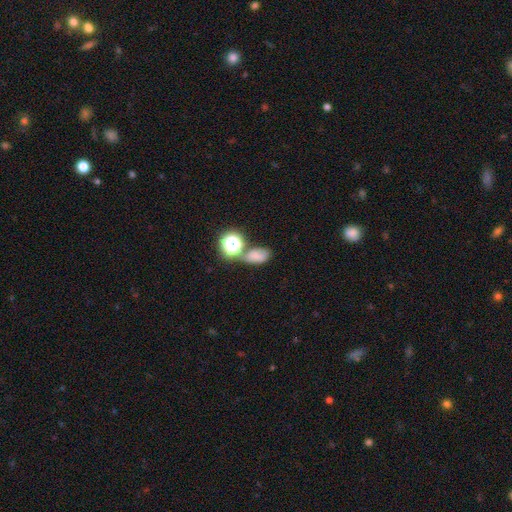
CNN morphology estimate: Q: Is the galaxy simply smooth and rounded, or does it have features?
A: smooth — 68%.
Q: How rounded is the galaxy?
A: in between — 76%.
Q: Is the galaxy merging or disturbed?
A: none — 52%.